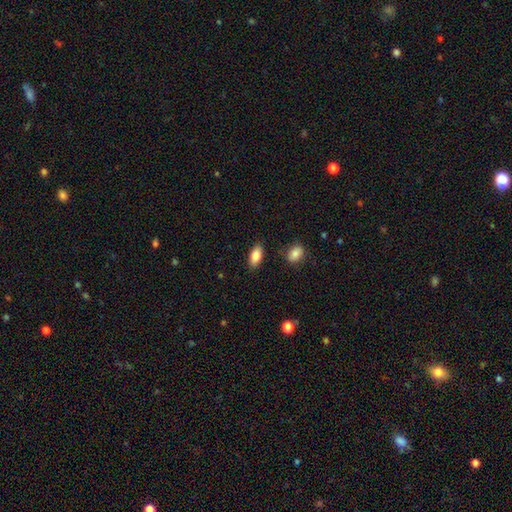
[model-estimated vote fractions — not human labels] Smooth or featured: smooth — 85% (featured or disk — 8%)
How rounded: in between — 88% (cigar-shaped — 9%)
Merging: none — 86% (minor disturbance — 10%)